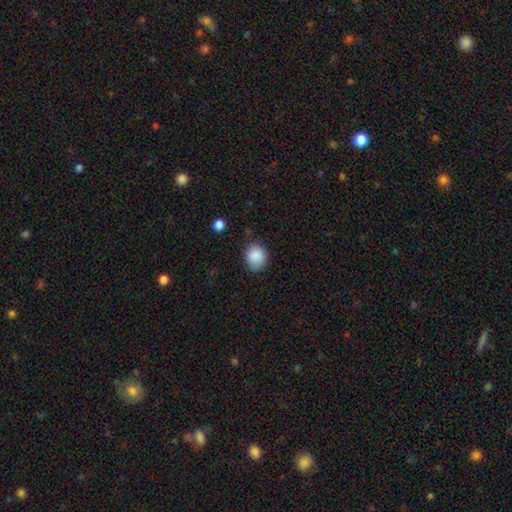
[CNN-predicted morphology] Smooth or featured?
  - smooth: 87% *
  - star or artifact: 9%
  - featured or disk: 4%
How rounded?
  - round: 63% *
  - in between: 36%
  - cigar-shaped: 1%
Merging?
  - none: 78% *
  - minor disturbance: 17%
  - major disturbance: 4%
  - merger: 2%